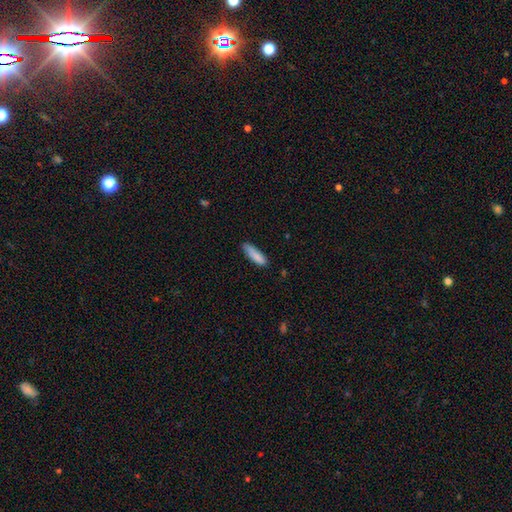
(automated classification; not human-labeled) Smooth or featured? Predicted: smooth (p=0.86). How rounded? Predicted: cigar-shaped (p=0.61). Merging? Predicted: none (p=0.73).